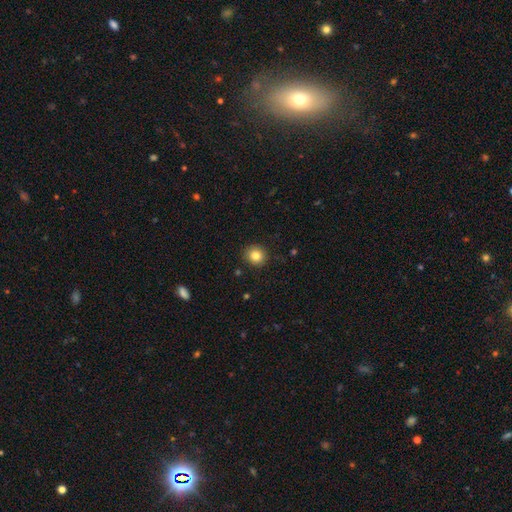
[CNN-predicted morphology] This appears to be a smooth galaxy with no disk features (83%) that is round (89%). Merging: none (90%).